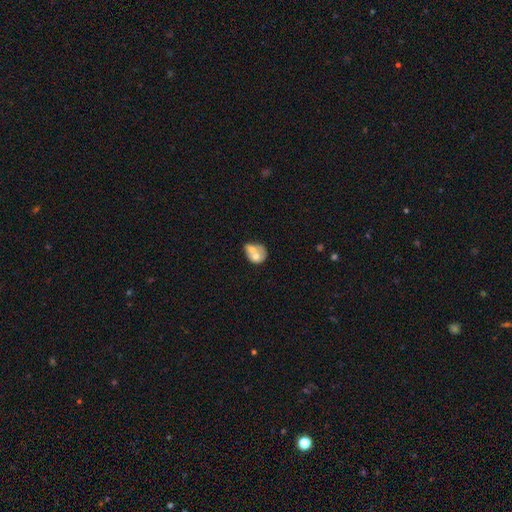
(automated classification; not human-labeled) This is possibly a smooth galaxy (58%). How rounded: possibly round (54%). Merging: likely merger (68%).